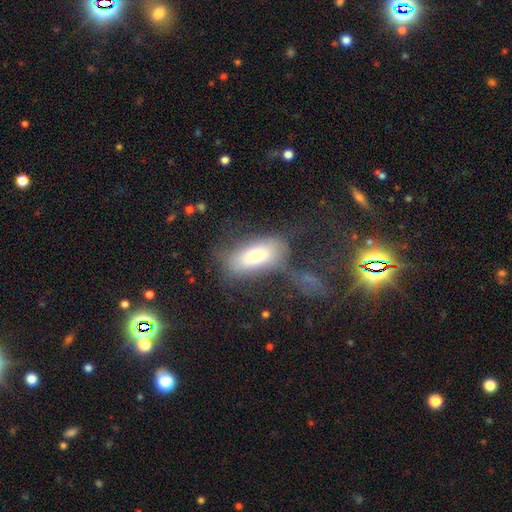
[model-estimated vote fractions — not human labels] This is possibly a smooth galaxy (60%). How rounded: clearly in between (82%). Merging: possibly none (56%).